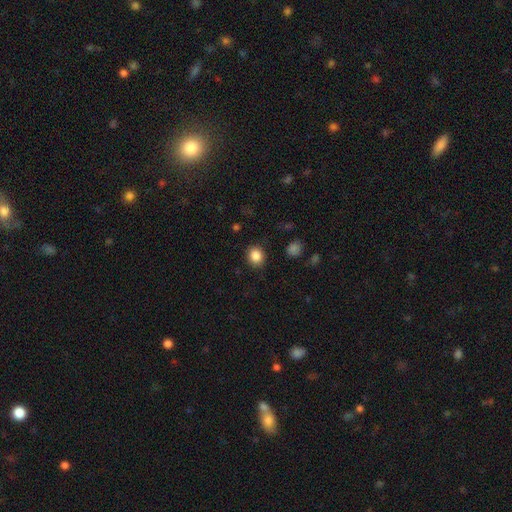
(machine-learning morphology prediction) smooth_or_featured: smooth (p=0.86) [alt: star or artifact p=0.10]
how_rounded: round (p=0.71) [alt: in between p=0.28]
merging: none (p=0.87) [alt: minor disturbance p=0.09]